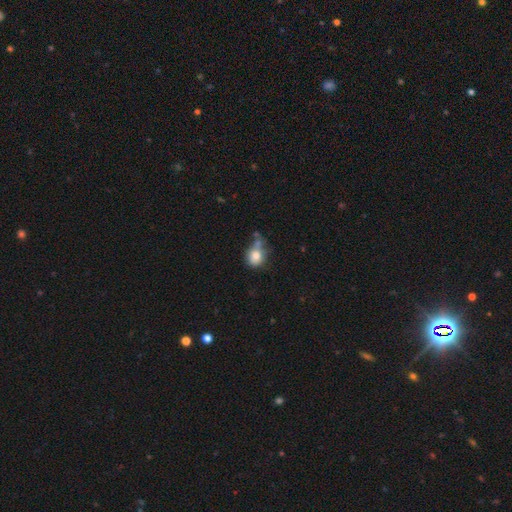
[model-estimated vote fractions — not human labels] Smooth or featured: smooth — 79% (featured or disk — 11%)
How rounded: round — 69% (in between — 30%)
Merging: none — 42% (minor disturbance — 24%)